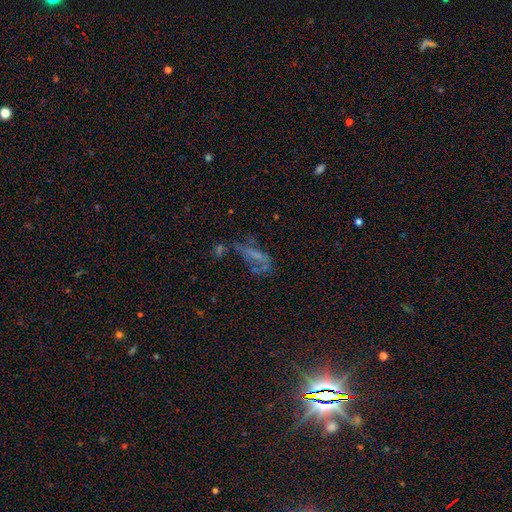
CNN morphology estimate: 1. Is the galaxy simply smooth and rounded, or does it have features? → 40% featured or disk, 31% smooth, 29% star or artifact.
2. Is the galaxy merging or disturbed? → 36% major disturbance, 31% none, 19% minor disturbance, 14% merger.